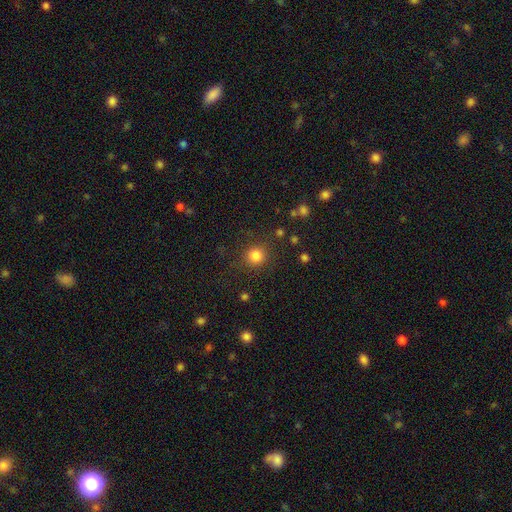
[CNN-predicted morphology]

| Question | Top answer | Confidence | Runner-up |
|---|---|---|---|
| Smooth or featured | smooth | 83% | star or artifact (13%) |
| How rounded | round | 93% | in between (7%) |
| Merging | none | 87% | minor disturbance (7%) |